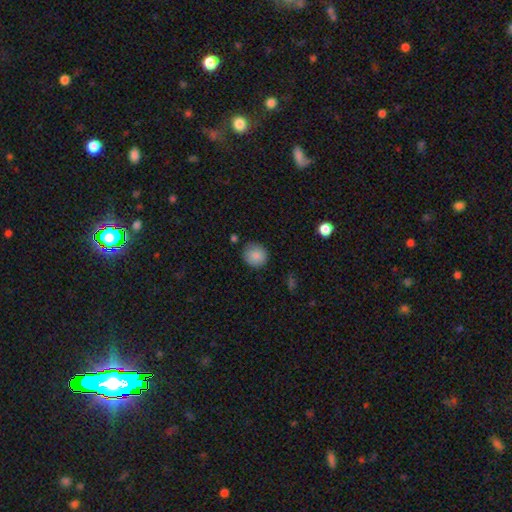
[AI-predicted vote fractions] Smooth or featured? smooth (87%)
How rounded? round (88%)
Merging? none (82%)